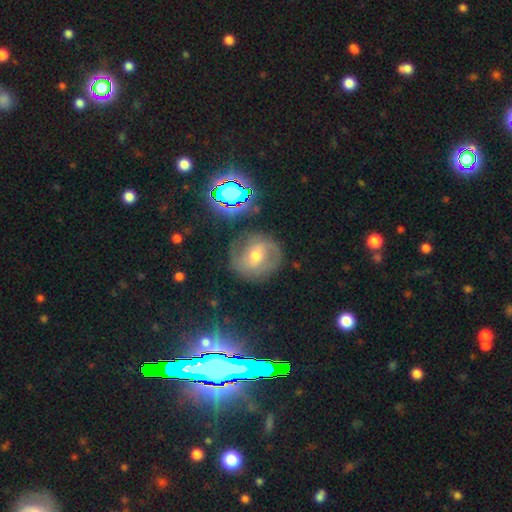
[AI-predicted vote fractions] Smooth or featured?
  - featured or disk: 59% *
  - smooth: 26%
  - star or artifact: 15%
Edge-on disk?
  - no: 96% *
  - yes: 4%
Bar?
  - weak: 45% *
  - no: 29%
  - strong: 26%
Spiral arms?
  - yes: 80% *
  - no: 20%
Bulge size?
  - moderate: 61% *
  - small: 33%
  - large: 4%
  - none: 1%
  - dominant: 1%
Merging?
  - none: 76% *
  - minor disturbance: 15%
  - major disturbance: 7%
  - merger: 2%